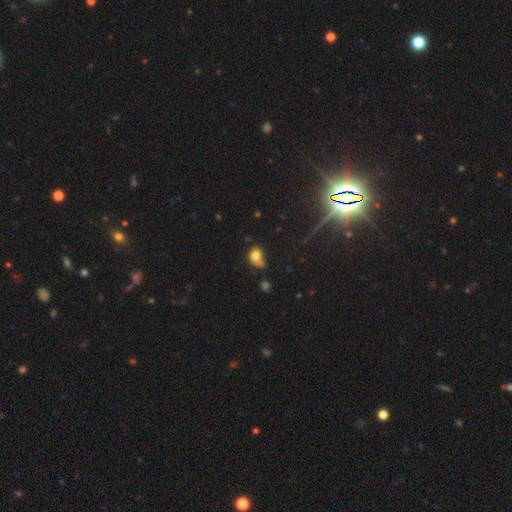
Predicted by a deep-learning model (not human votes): Q: Smooth or featured?
A: smooth (72%); runner-up: featured or disk (16%)
Q: How rounded?
A: round (52%); runner-up: in between (46%)
Q: Merging?
A: none (34%); runner-up: minor disturbance (26%)